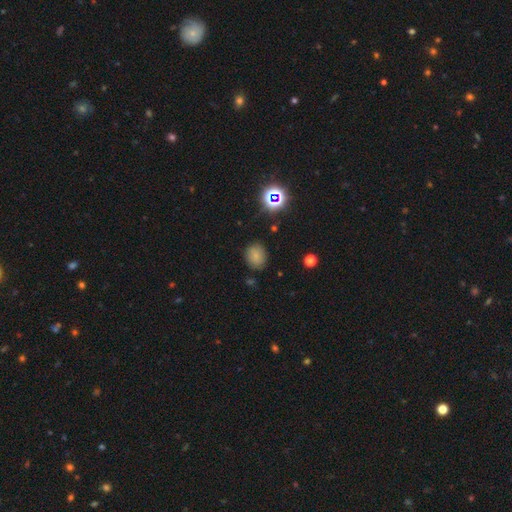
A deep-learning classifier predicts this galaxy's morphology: smooth-or-featured: smooth: 73% | star or artifact: 18% | featured or disk: 8%
  how-rounded: round: 65% | in between: 34% | cigar-shaped: 1%
  merging: none: 82% | minor disturbance: 13% | major disturbance: 3% | merger: 2%